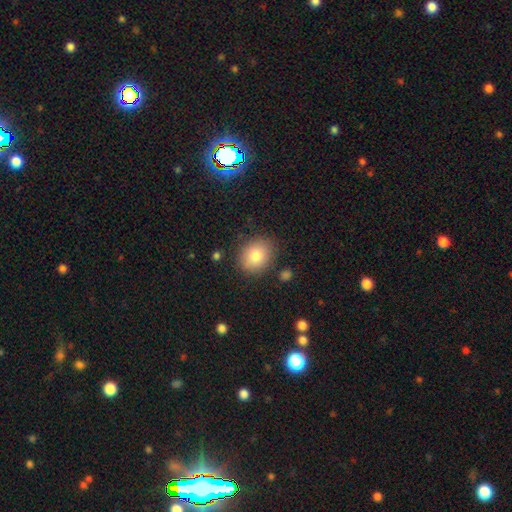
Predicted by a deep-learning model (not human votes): Smooth or featured?
  - smooth: 82% *
  - featured or disk: 9%
  - star or artifact: 9%
How rounded?
  - round: 59% *
  - in between: 40%
  - cigar-shaped: 1%
Merging?
  - none: 82% *
  - minor disturbance: 12%
  - major disturbance: 3%
  - merger: 2%